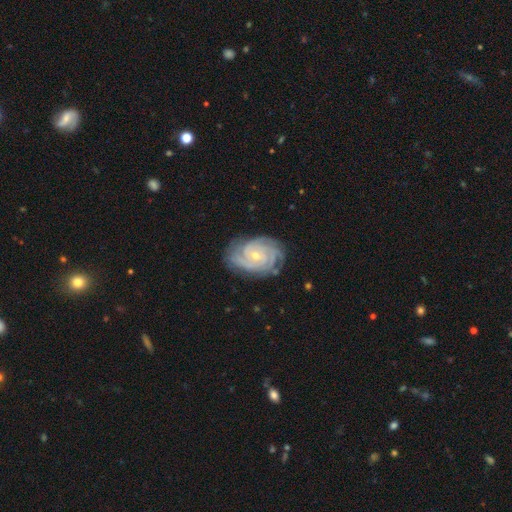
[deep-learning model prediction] smooth-or-featured: featured or disk: 90% | star or artifact: 5% | smooth: 5%
  disk-edge-on: no: 97% | yes: 3%
    bar: no: 67% | weak: 26% | strong: 7%
    has-spiral-arms: yes: 98% | no: 2%
      spiral-winding: tight: 79% | medium: 19% | loose: 2%
      spiral-arm-count: 4: 33% | 3: 25% | can't tell: 16% | 2: 11% | more than 4: 9% | 1: 6%
    bulge-size: small: 66% | moderate: 31% | large: 1% | none: 1% | dominant: 1%
  merging: none: 79% | minor disturbance: 16% | major disturbance: 4% | merger: 1%